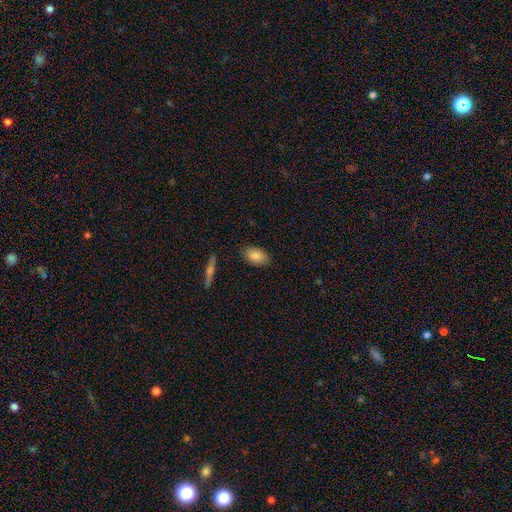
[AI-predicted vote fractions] smooth 86%, featured or disk 7%, star or artifact 7%. Down the decision tree: how rounded — in between (90%); merging — none (85%).